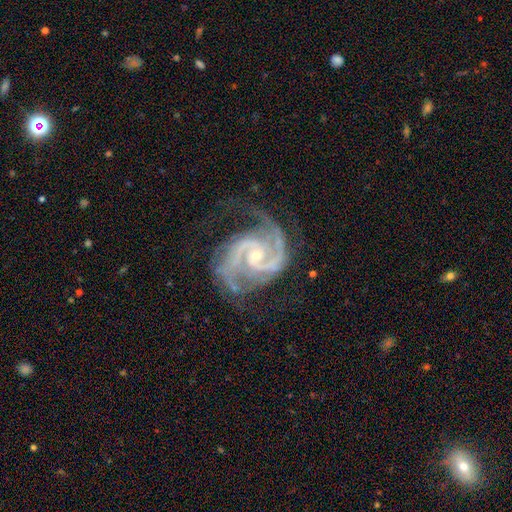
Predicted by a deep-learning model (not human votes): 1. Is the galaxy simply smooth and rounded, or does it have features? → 93% featured or disk, 5% star or artifact, 2% smooth.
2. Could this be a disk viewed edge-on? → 98% no, 2% yes.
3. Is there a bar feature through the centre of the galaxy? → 57% no, 32% weak, 11% strong.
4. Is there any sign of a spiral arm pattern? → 99% yes, 1% no.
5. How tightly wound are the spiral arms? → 56% medium, 35% tight, 9% loose.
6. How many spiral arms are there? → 78% 2, 11% 3, 4% can't tell, 3% 4, 2% 1, 2% more than 4.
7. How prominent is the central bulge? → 71% small, 26% moderate, 1% none, 1% large, 1% dominant.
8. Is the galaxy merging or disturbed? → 62% none, 22% minor disturbance, 14% major disturbance, 2% merger.